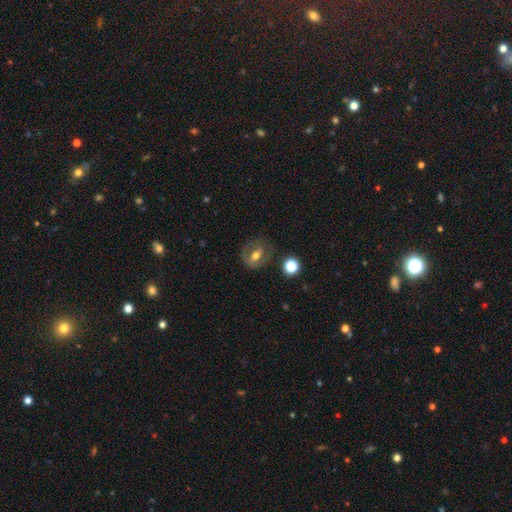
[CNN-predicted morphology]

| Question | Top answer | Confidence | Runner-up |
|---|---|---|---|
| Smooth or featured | featured or disk | 51% | smooth (39%) |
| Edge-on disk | no | 93% | yes (7%) |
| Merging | none | 68% | minor disturbance (19%) |